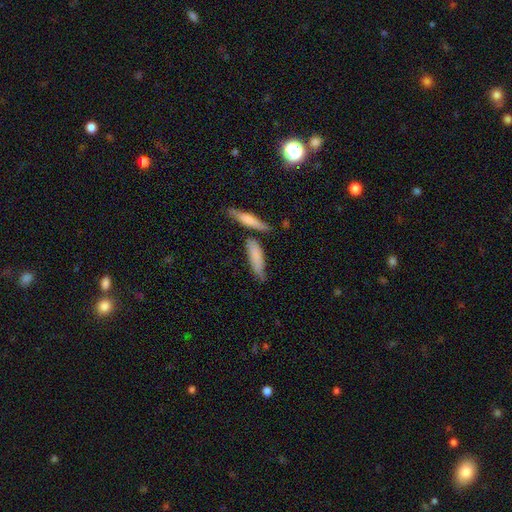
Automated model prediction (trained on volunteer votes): The model was most divided on "merging": none: 54%, minor disturbance: 22%, merger: 18%, major disturbance: 6%. More confident: smooth or featured — smooth (72%); how rounded — cigar-shaped (66%).